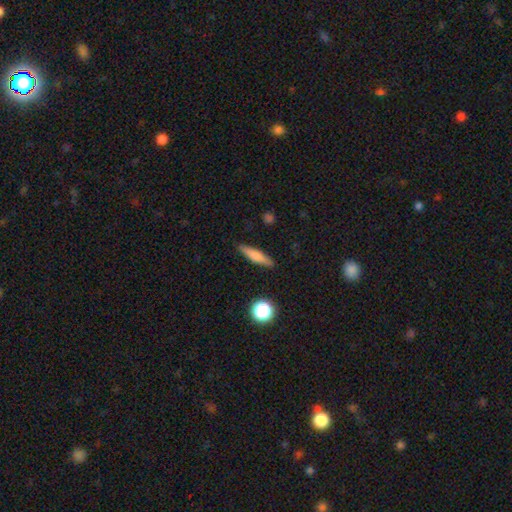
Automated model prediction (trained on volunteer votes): The model was most divided on "smooth or featured": smooth: 69%, featured or disk: 23%, star or artifact: 8%. More confident: merging — none (88%); how rounded — cigar-shaped (81%).